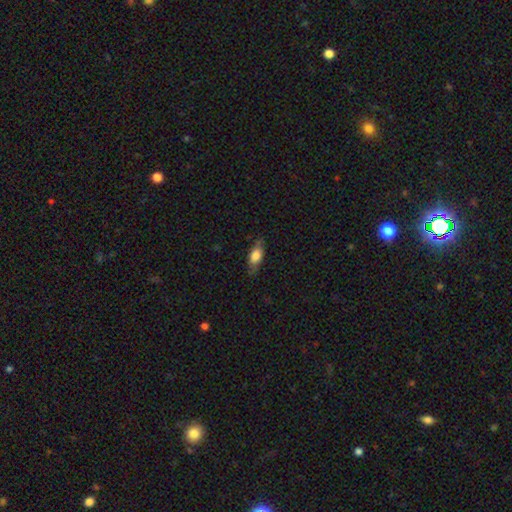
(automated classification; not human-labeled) Smooth or featured?
  - smooth: 71% *
  - featured or disk: 22%
  - star or artifact: 7%
How rounded?
  - in between: 78% *
  - cigar-shaped: 19%
  - round: 4%
Merging?
  - none: 74% *
  - minor disturbance: 19%
  - major disturbance: 5%
  - merger: 1%